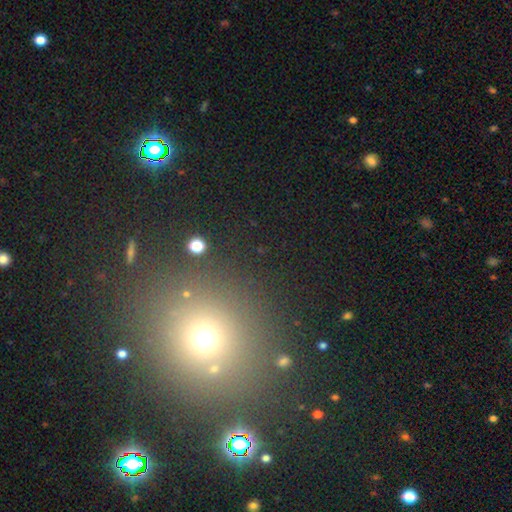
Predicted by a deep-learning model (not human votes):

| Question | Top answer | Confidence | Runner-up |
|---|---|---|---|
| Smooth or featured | smooth | 52% | star or artifact (39%) |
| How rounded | round | 85% | in between (13%) |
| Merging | none | 85% | minor disturbance (7%) |